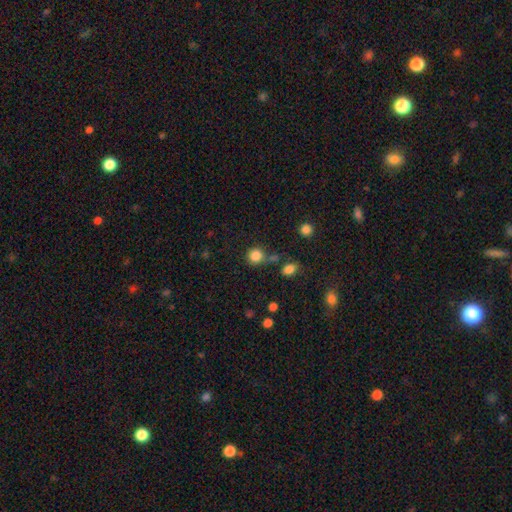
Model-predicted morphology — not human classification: smooth 84%, star or artifact 11%, featured or disk 4%. Down the decision tree: how rounded — round (89%); merging — none (72%).